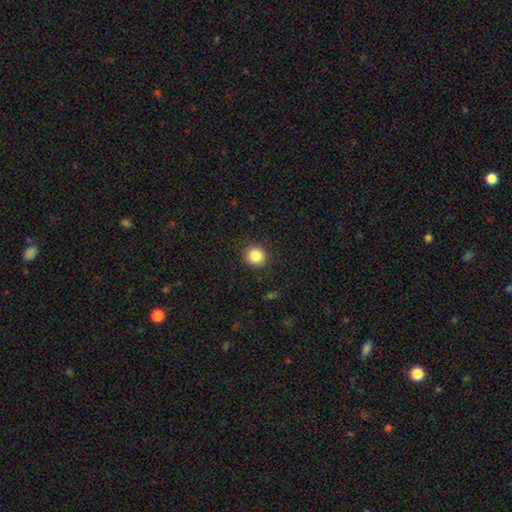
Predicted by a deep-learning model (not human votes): Q: Smooth or featured?
A: smooth (85%); runner-up: star or artifact (11%)
Q: How rounded?
A: round (93%); runner-up: in between (6%)
Q: Merging?
A: none (91%); runner-up: minor disturbance (6%)